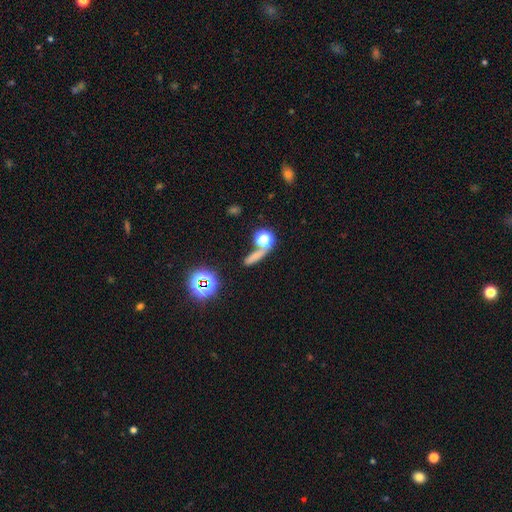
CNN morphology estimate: This is likely a smooth galaxy (60%). How rounded: possibly cigar-shaped (53%). Merging: possibly none (59%).